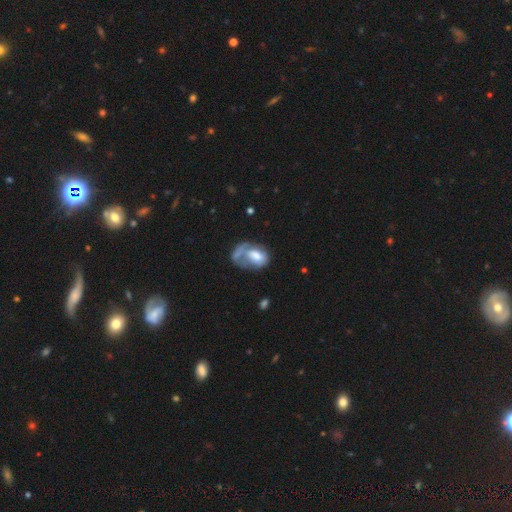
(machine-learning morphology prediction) The model was most divided on "smooth or featured": smooth: 51%, featured or disk: 41%, star or artifact: 8%. Remaining: how rounded — in between (80%); merging — major disturbance (43%).